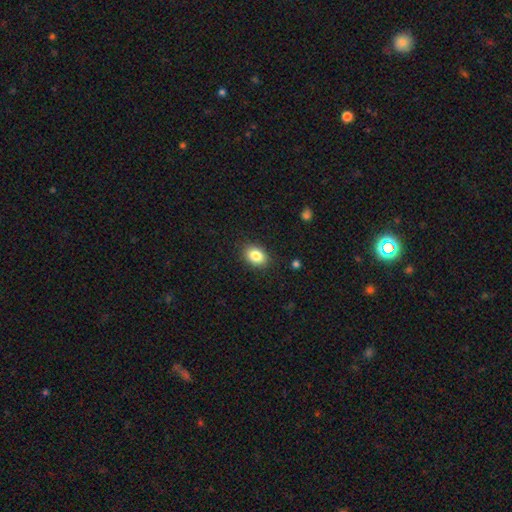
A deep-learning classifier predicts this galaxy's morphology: Q: Smooth or featured?
A: smooth (85%); runner-up: star or artifact (9%)
Q: How rounded?
A: in between (71%); runner-up: round (28%)
Q: Merging?
A: none (88%); runner-up: minor disturbance (9%)